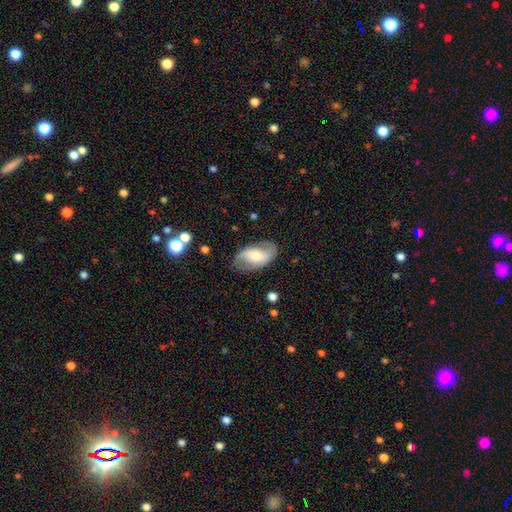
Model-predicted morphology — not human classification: Smooth or featured?
  - featured or disk: 64% *
  - smooth: 30%
  - star or artifact: 6%
Edge-on disk?
  - no: 94% *
  - yes: 6%
Bar?
  - no: 43% *
  - weak: 37%
  - strong: 21%
Spiral arms?
  - yes: 81% *
  - no: 19%
Bulge size?
  - moderate: 56% *
  - small: 33%
  - large: 8%
  - none: 2%
  - dominant: 2%
Merging?
  - none: 74% *
  - minor disturbance: 18%
  - major disturbance: 7%
  - merger: 1%